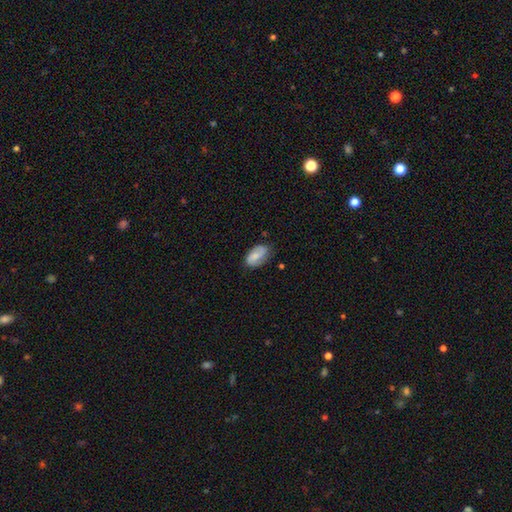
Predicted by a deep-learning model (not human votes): This appears to be a smooth galaxy with no disk features (57%) that is in between round and cigar-shaped (92%). Merging: none (71%).